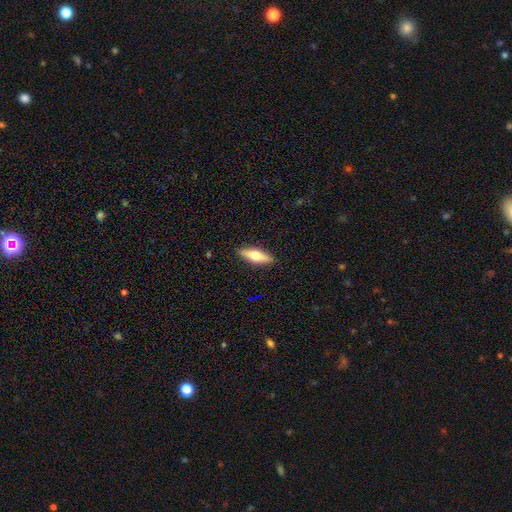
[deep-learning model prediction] A smooth galaxy with no disk features (52%) that is cigar-shaped (50%).

Vote fractions:
- Smooth or featured? smooth: 52% / featured or disk: 42% / star or artifact: 6%
- How rounded? cigar-shaped: 50% / in between: 47% / round: 3%
- Merging? none: 90% / minor disturbance: 7% / major disturbance: 2% / merger: 1%